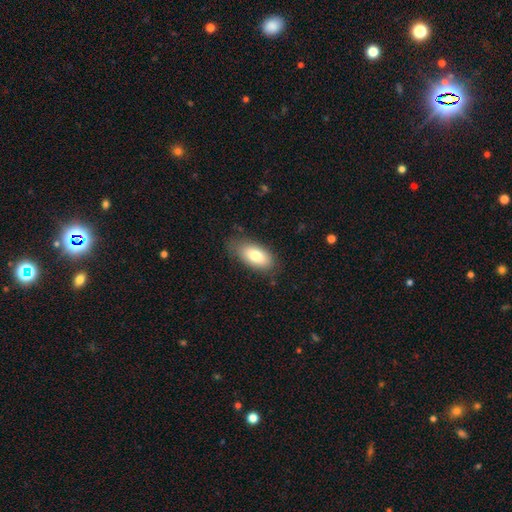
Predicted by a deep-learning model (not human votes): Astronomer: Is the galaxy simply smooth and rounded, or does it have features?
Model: smooth — 79%.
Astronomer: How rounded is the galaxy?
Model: in between — 91%.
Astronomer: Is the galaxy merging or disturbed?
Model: none — 76%.